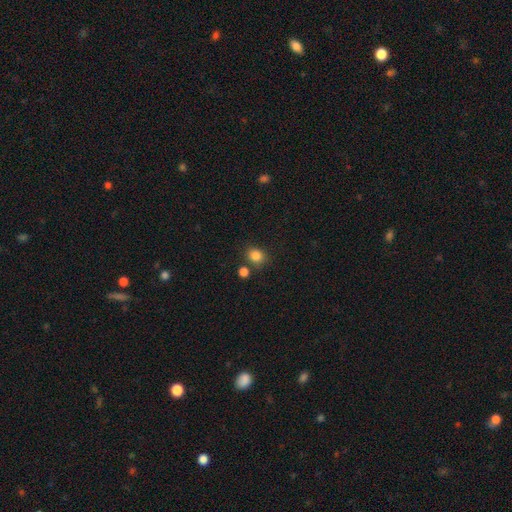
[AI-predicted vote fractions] A smooth galaxy with no disk features (83%) that is round (66%).

Vote fractions:
- Smooth or featured? smooth: 83% / star or artifact: 12% / featured or disk: 5%
- How rounded? round: 66% / in between: 33% / cigar-shaped: 1%
- Merging? none: 74% / minor disturbance: 11% / merger: 11% / major disturbance: 4%